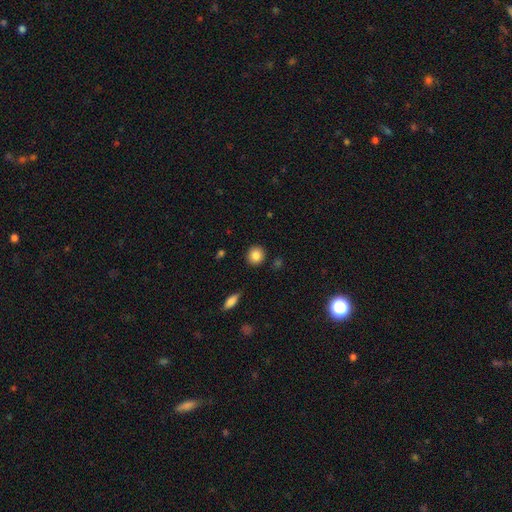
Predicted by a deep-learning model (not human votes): This is clearly a smooth galaxy (85%). How rounded: clearly round (88%). Merging: clearly none (90%).